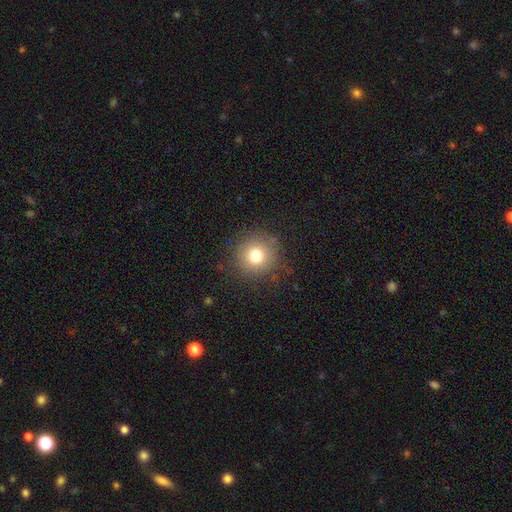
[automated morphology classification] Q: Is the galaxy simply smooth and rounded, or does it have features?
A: smooth — 77%.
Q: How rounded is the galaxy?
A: round — 94%.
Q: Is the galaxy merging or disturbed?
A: none — 87%.